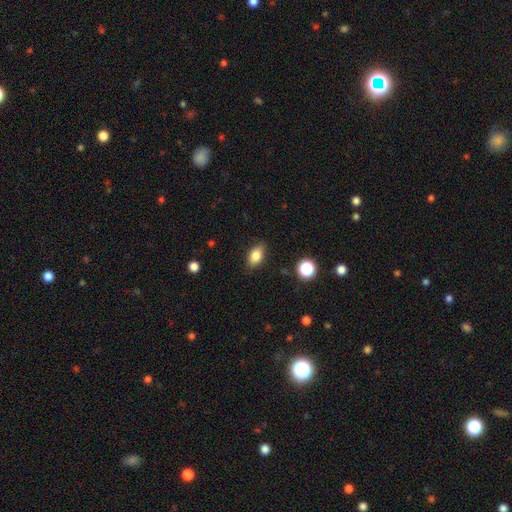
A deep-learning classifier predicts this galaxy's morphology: Overall: smooth (83%). How rounded: in between (85%). Merging: none (85%).